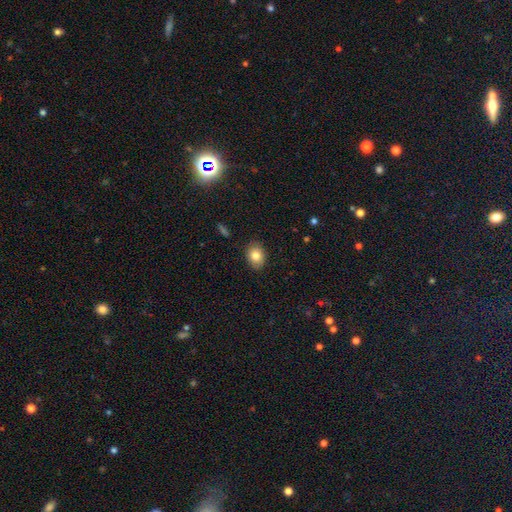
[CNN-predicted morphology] A smooth galaxy with no disk features (81%) that is in between round and cigar-shaped (73%). Merging: none (86%).